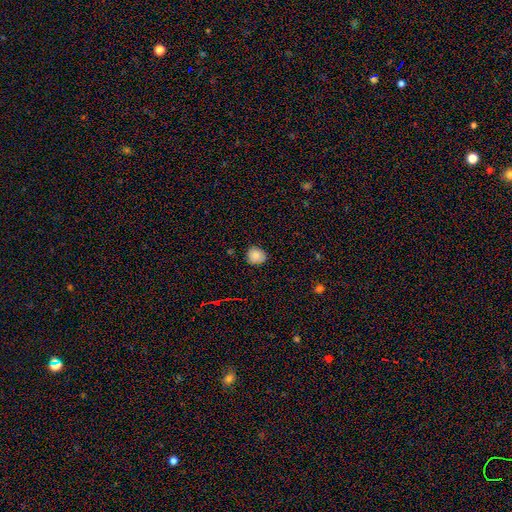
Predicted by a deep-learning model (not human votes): Smooth or featured? Predicted: smooth (p=0.82). How rounded? Predicted: round (p=0.79). Merging? Predicted: none (p=0.81).